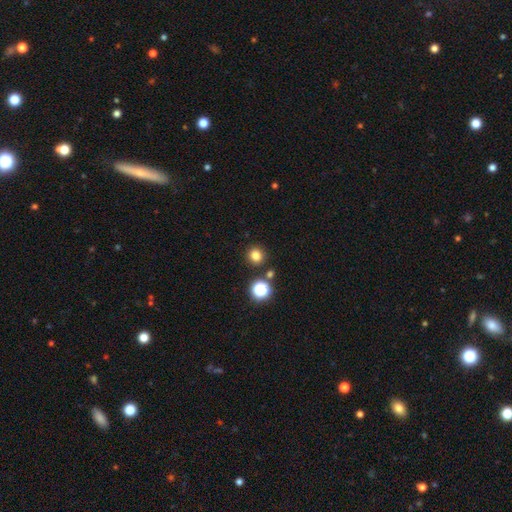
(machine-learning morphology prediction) The model was most divided on "smooth or featured": smooth: 79%, star or artifact: 16%, featured or disk: 5%. More confident: how rounded — round (92%); merging — none (87%).